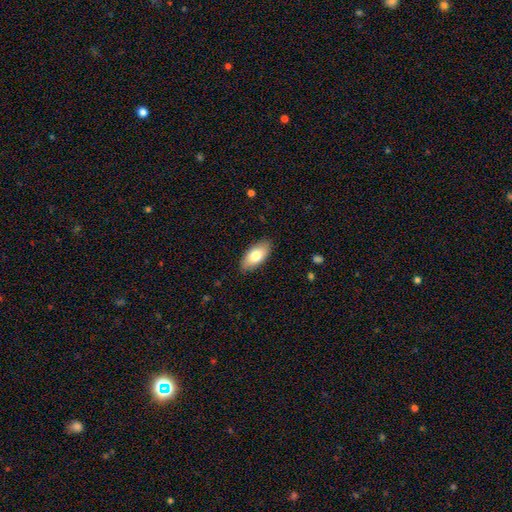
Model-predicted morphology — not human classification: Smooth or featured? Predicted: smooth (p=0.78). How rounded? Predicted: in between (p=0.93). Merging? Predicted: none (p=0.87).